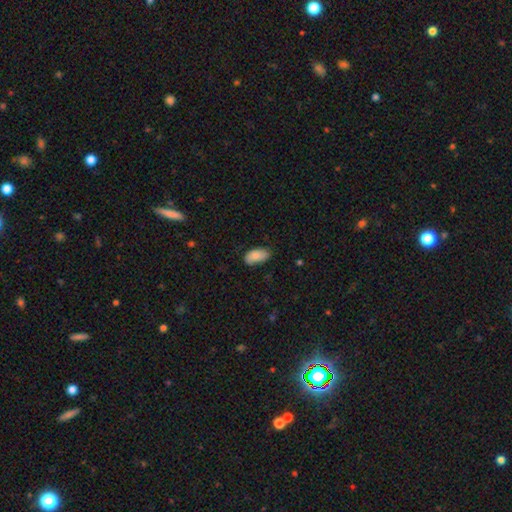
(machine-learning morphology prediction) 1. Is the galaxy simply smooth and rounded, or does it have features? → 82% smooth, 11% featured or disk, 7% star or artifact.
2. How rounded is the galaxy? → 95% in between, 3% round, 2% cigar-shaped.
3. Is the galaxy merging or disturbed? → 70% none, 25% minor disturbance, 4% major disturbance, 1% merger.